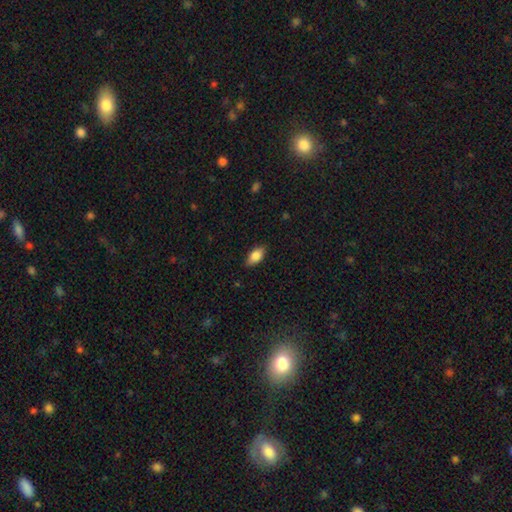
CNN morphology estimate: smooth-or-featured: smooth: 81% | featured or disk: 12% | star or artifact: 7%
  how-rounded: in between: 88% | cigar-shaped: 8% | round: 4%
  merging: none: 83% | minor disturbance: 13% | major disturbance: 3% | merger: 1%